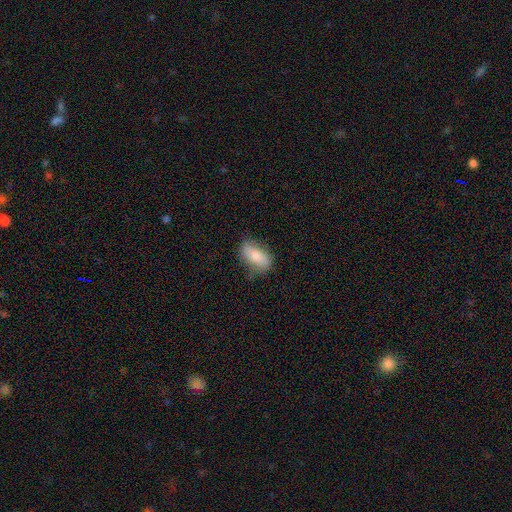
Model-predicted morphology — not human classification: smooth_or_featured: smooth (p=0.73) [alt: featured or disk p=0.21]
how_rounded: in between (p=0.87) [alt: cigar-shaped p=0.08]
merging: none (p=0.72) [alt: minor disturbance p=0.21]